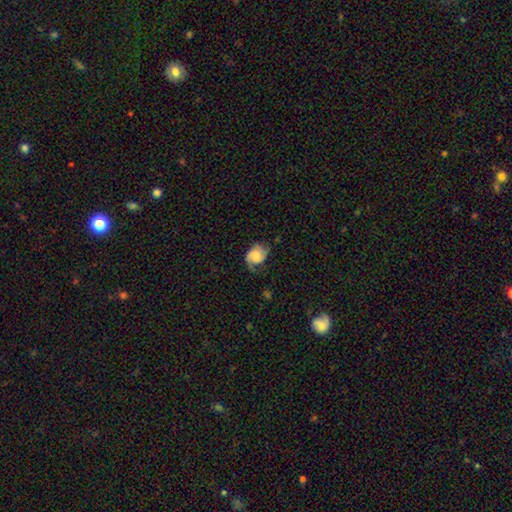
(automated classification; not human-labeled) Morphology: type=featured or disk (53%); edge-on=no (97%); bar=no (72%); spiral arms=yes (91%); bulge=small (36%); merging=none (56%).